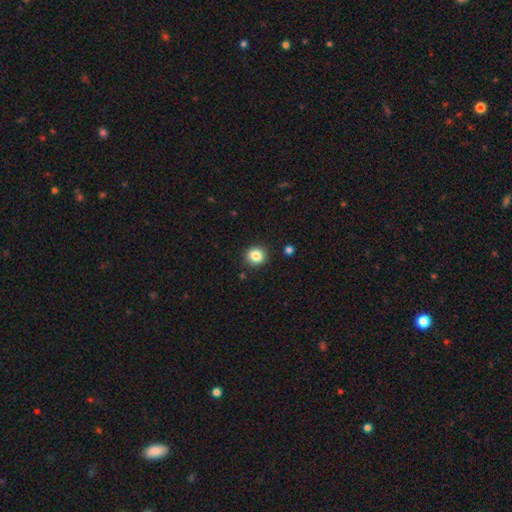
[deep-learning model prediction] Smooth or featured? smooth (85%)
How rounded? round (86%)
Merging? none (90%)